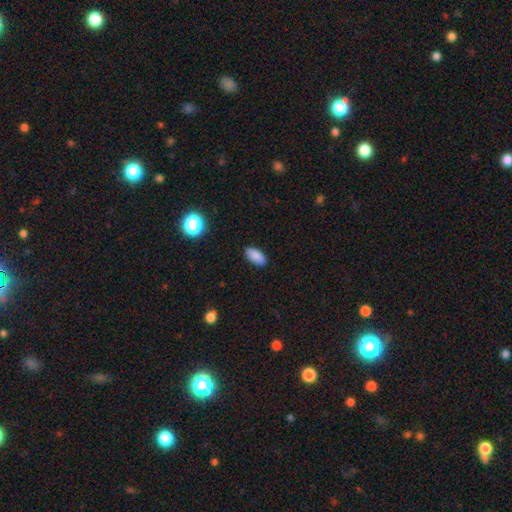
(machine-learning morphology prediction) Overall: smooth (86%). How rounded: in between (92%). Merging: none (87%).